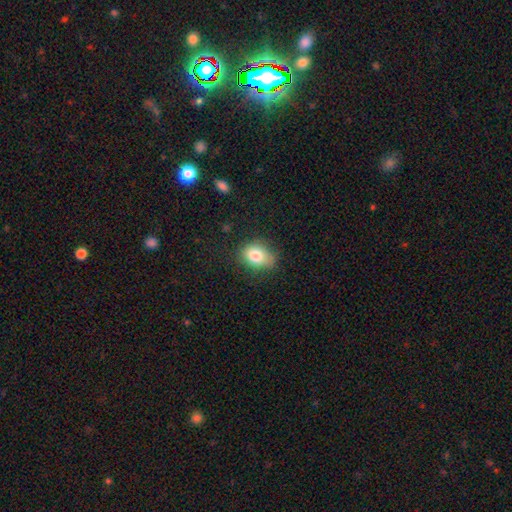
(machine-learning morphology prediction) smooth_or_featured: smooth (p=0.81) [alt: featured or disk p=0.10]
how_rounded: in between (p=0.69) [alt: round p=0.30]
merging: none (p=0.68) [alt: minor disturbance p=0.24]